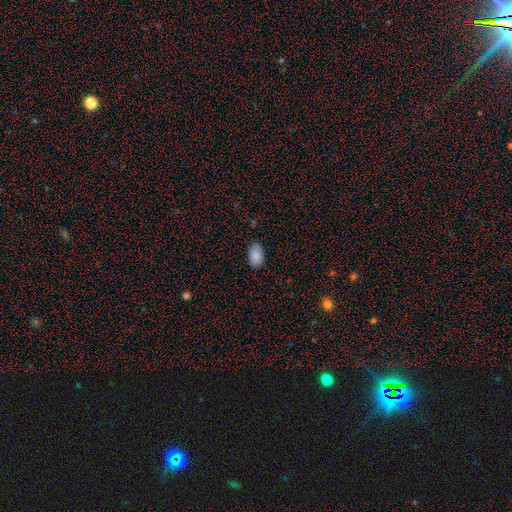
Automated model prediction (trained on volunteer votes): Smooth or featured?
  - smooth: 87% *
  - star or artifact: 7%
  - featured or disk: 6%
How rounded?
  - in between: 93% *
  - round: 6%
  - cigar-shaped: 1%
Merging?
  - none: 82% *
  - minor disturbance: 15%
  - major disturbance: 2%
  - merger: 1%